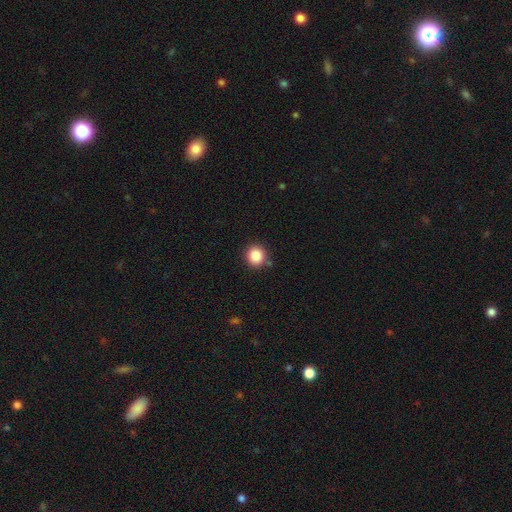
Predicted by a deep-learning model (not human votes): Smooth or featured?
  - smooth: 87% *
  - star or artifact: 10%
  - featured or disk: 4%
How rounded?
  - round: 89% *
  - in between: 10%
  - cigar-shaped: 1%
Merging?
  - none: 86% *
  - minor disturbance: 9%
  - merger: 3%
  - major disturbance: 2%